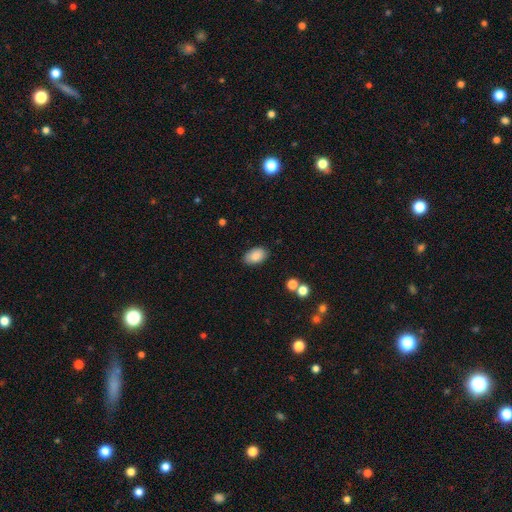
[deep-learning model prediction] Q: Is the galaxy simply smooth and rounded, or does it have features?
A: smooth — 87%.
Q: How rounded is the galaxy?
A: in between — 92%.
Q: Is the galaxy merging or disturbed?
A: none — 85%.